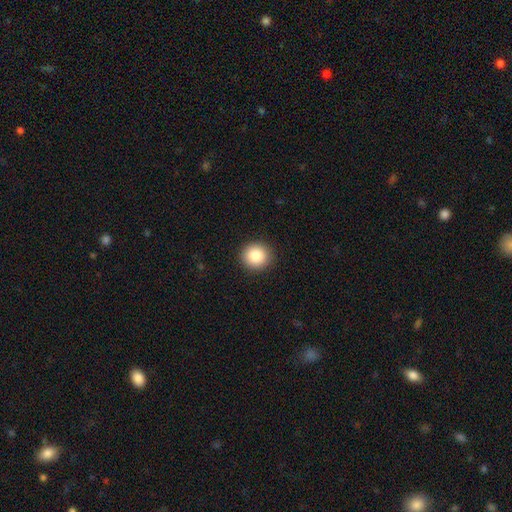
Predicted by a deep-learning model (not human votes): A smooth galaxy with no disk features (87%) that is round (91%).

Vote fractions:
- Smooth or featured? smooth: 87% / star or artifact: 9% / featured or disk: 4%
- How rounded? round: 91% / in between: 8% / cigar-shaped: 1%
- Merging? none: 92% / minor disturbance: 5% / major disturbance: 2% / merger: 1%